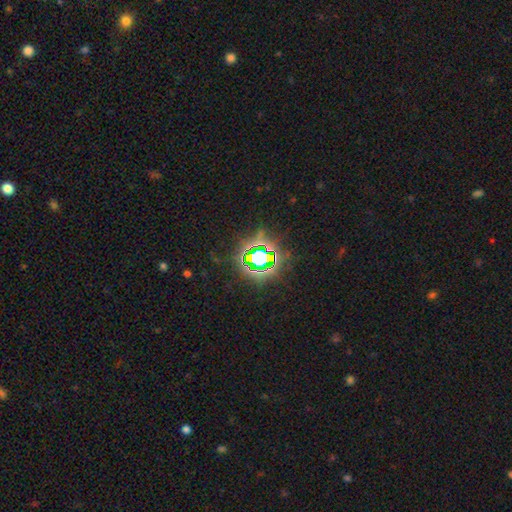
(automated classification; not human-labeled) smooth-or-featured: star or artifact: 81% | smooth: 11% | featured or disk: 7%